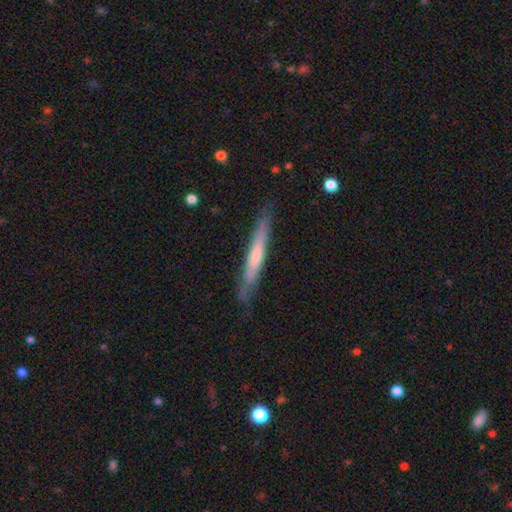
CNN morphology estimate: This is possibly a smooth galaxy (51%). How rounded: clearly cigar-shaped (95%). Merging: clearly none (82%).